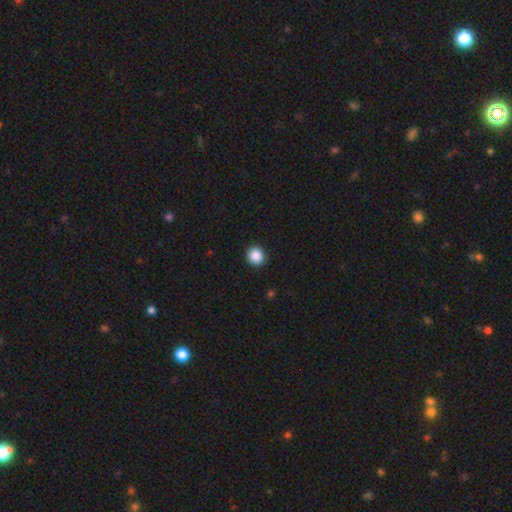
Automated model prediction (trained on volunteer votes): This appears to be a smooth galaxy with no disk features (88%) that is round (87%). Merging: none (92%).